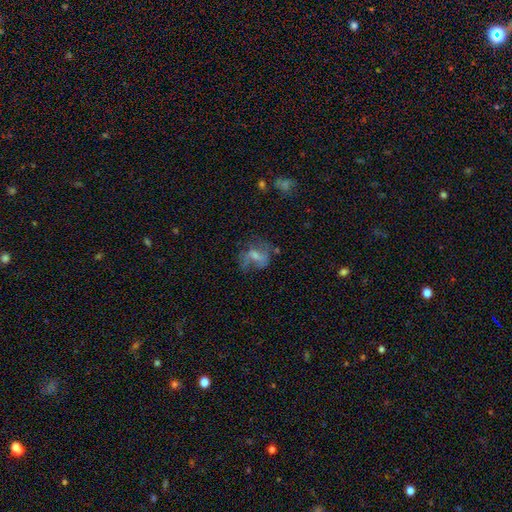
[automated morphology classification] Smooth or featured? Predicted: featured or disk (p=0.51). Edge-on disk? Predicted: no (p=0.96). Merging? Predicted: none (p=0.44).